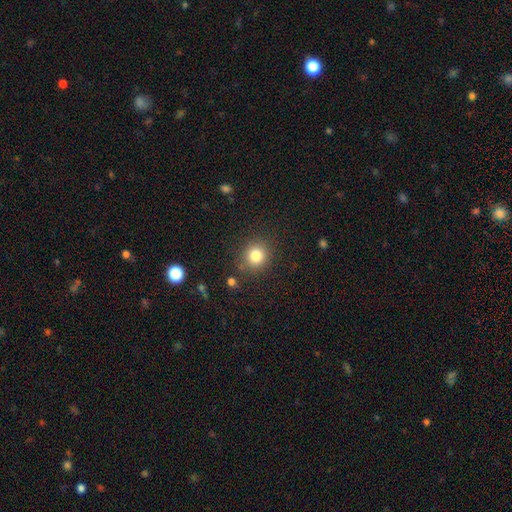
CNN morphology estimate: Smooth or featured? smooth (82%)
How rounded? round (88%)
Merging? none (85%)